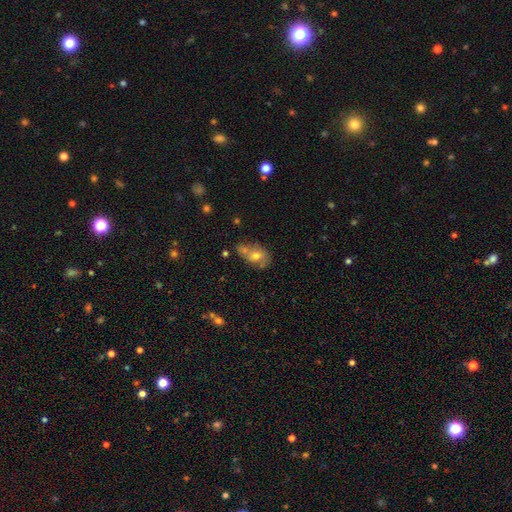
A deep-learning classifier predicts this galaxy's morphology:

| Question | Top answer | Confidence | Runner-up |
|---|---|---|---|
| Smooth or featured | smooth | 59% | featured or disk (31%) |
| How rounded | in between | 80% | round (17%) |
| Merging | none | 42% | merger (25%) |